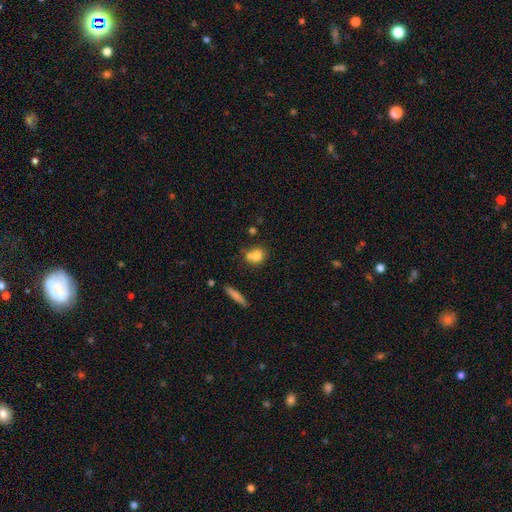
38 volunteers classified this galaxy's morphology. Smooth or featured? 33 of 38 (87%) said smooth. How rounded? 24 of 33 (73%) said round. Merging? 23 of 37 (62%) said merger.